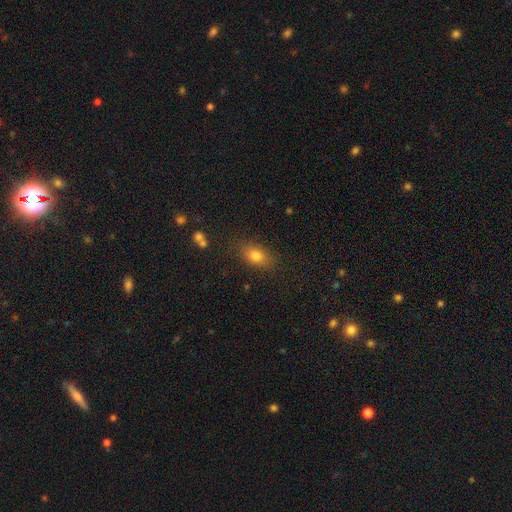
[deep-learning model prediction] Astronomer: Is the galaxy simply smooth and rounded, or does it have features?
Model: smooth — 80%.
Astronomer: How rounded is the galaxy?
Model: in between — 80%.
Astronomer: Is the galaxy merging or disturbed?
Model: none — 82%.